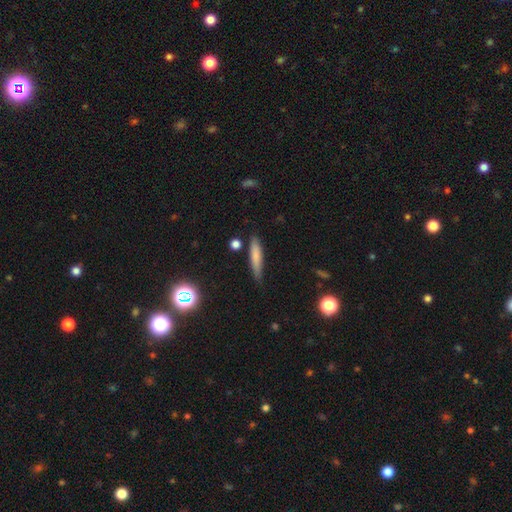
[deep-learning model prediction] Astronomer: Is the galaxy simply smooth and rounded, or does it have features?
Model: smooth — 74%.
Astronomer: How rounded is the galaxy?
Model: cigar-shaped — 87%.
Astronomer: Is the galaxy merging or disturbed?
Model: none — 78%.